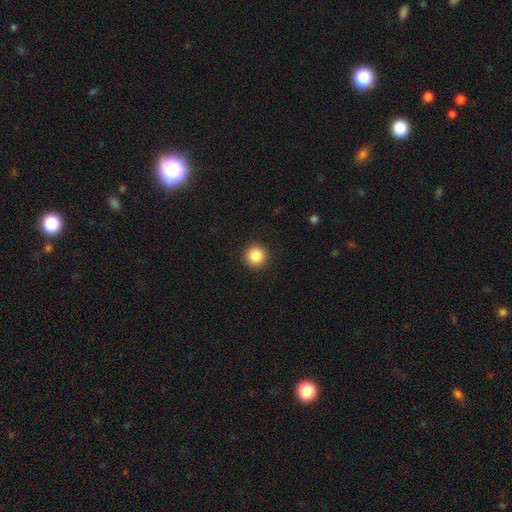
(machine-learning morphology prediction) Smooth or featured? smooth (87%)
How rounded? round (96%)
Merging? none (93%)